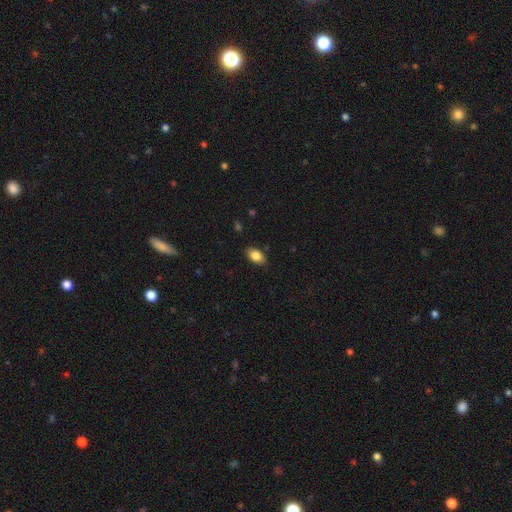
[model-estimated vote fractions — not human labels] This appears to be a smooth galaxy with no disk features (85%) that is in between round and cigar-shaped (90%). Merging: none (86%).